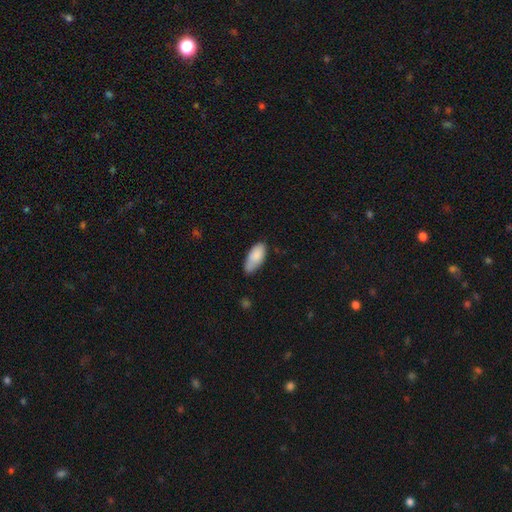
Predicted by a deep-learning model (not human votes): Smooth or featured?
  - smooth: 85% *
  - featured or disk: 9%
  - star or artifact: 6%
How rounded?
  - in between: 88% *
  - cigar-shaped: 11%
  - round: 2%
Merging?
  - none: 59% *
  - minor disturbance: 32%
  - major disturbance: 5%
  - merger: 4%